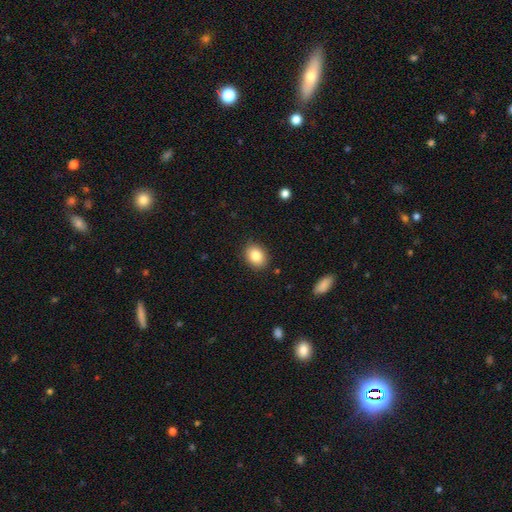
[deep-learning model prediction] Smooth or featured? smooth (84%)
How rounded? in between (61%)
Merging? none (88%)